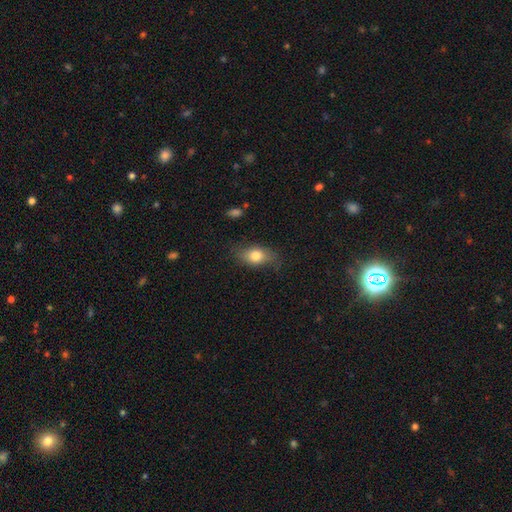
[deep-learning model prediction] This appears to be a smooth galaxy with no disk features (76%) that is in between round and cigar-shaped (82%). Merging: none (72%).